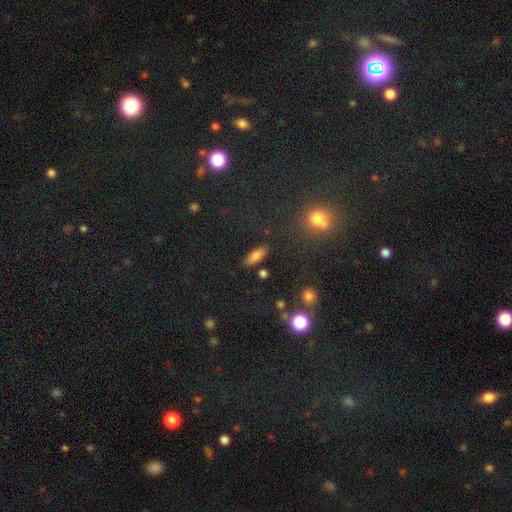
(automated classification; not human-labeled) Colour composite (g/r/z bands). It shows a smooth galaxy with no disk features (80%) that is in between round and cigar-shaped (68%). Merging: none (86%).